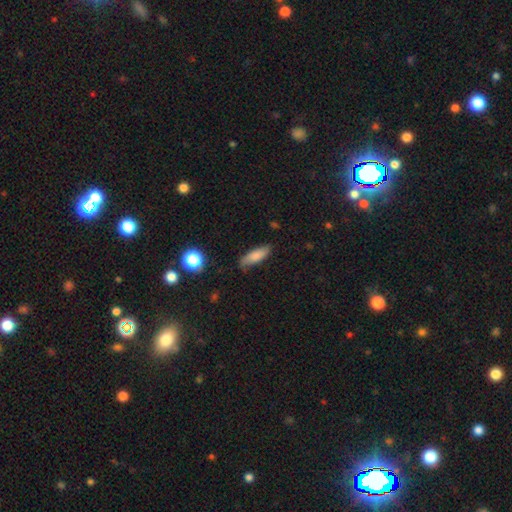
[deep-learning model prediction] Q: Smooth or featured?
A: smooth (76%); runner-up: featured or disk (15%)
Q: How rounded?
A: in between (55%); runner-up: cigar-shaped (42%)
Q: Merging?
A: none (71%); runner-up: minor disturbance (23%)